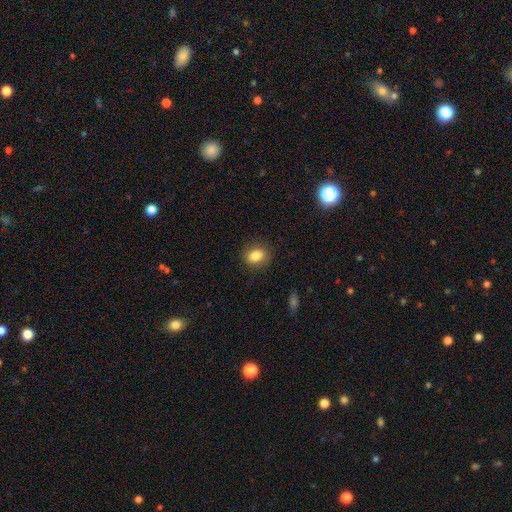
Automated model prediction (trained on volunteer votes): This is clearly a smooth galaxy (84%). How rounded: possibly round (50%). Merging: clearly none (86%).